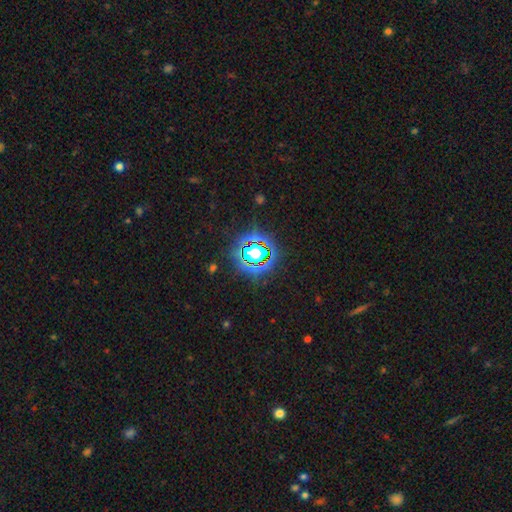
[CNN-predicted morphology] smooth_or_featured: star or artifact (p=0.76) [alt: smooth p=0.15]